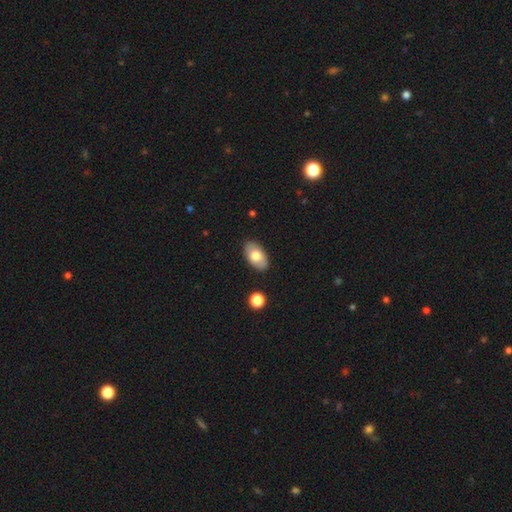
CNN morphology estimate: A smooth galaxy with no disk features (73%) that is in between round and cigar-shaped (94%). Merging: none (86%).